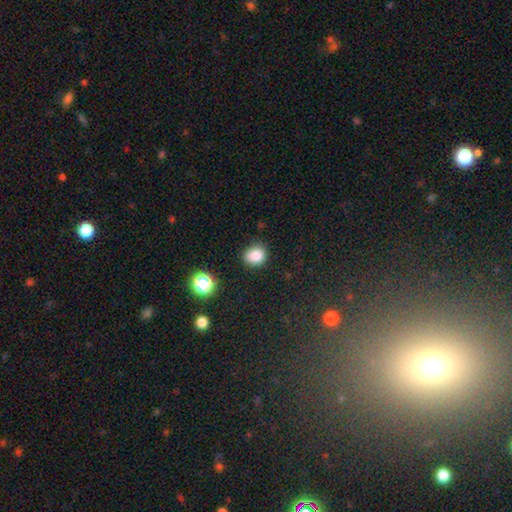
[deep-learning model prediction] Smooth or featured: smooth — 83% (star or artifact — 12%)
How rounded: round — 69% (in between — 30%)
Merging: none — 78% (minor disturbance — 16%)